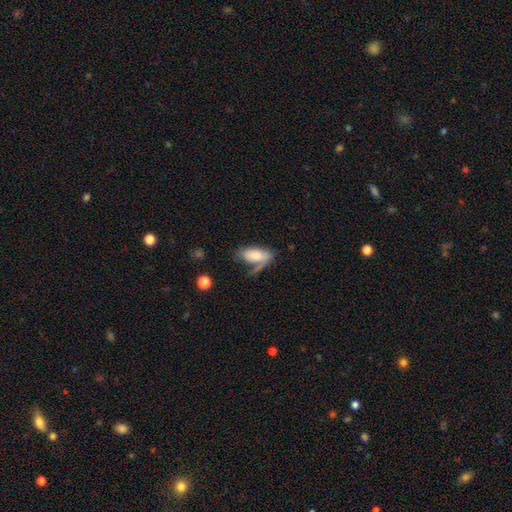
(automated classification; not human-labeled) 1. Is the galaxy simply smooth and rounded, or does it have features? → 76% smooth, 17% featured or disk, 7% star or artifact.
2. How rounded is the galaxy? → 88% in between, 9% cigar-shaped, 3% round.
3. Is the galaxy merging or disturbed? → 39% none, 25% minor disturbance, 22% major disturbance, 13% merger.